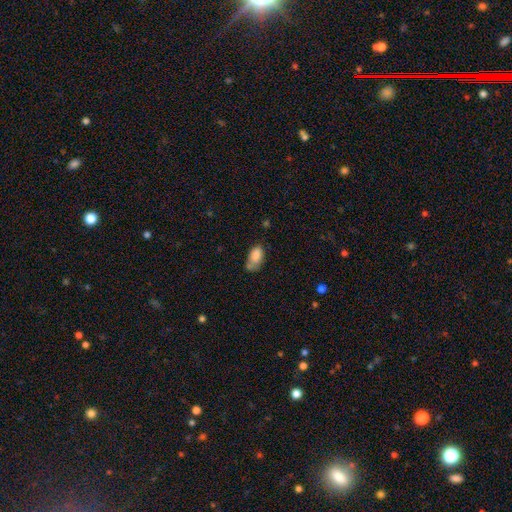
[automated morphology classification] Smooth or featured?
  - smooth: 82% *
  - featured or disk: 10%
  - star or artifact: 8%
How rounded?
  - in between: 92% *
  - round: 6%
  - cigar-shaped: 3%
Merging?
  - none: 43% *
  - minor disturbance: 30%
  - merger: 16%
  - major disturbance: 11%